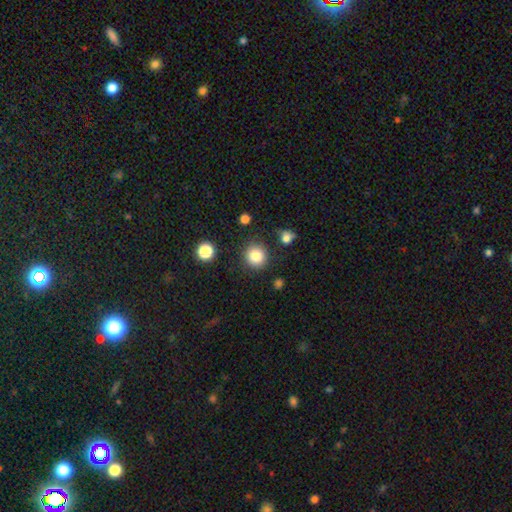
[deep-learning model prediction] smooth-or-featured: smooth: 83% | star or artifact: 11% | featured or disk: 6%
  how-rounded: round: 91% | in between: 8% | cigar-shaped: 1%
  merging: none: 87% | minor disturbance: 8% | major disturbance: 3% | merger: 3%